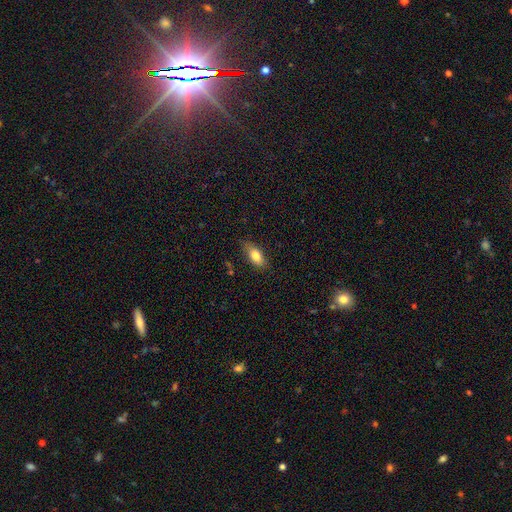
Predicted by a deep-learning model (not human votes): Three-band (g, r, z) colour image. It shows a smooth galaxy with no disk features (79%) that is in between round and cigar-shaped (83%). Merging: none (74%).